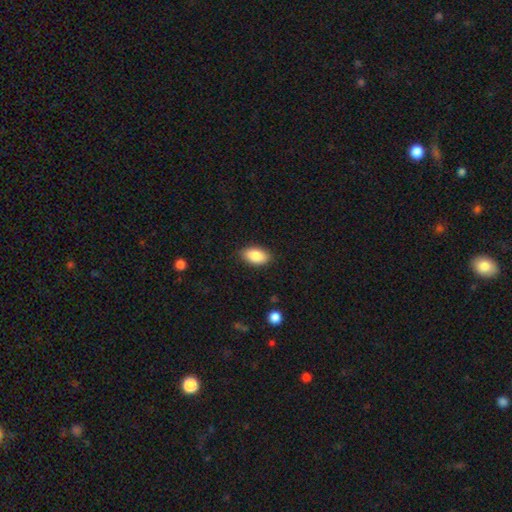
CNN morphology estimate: The model was most divided on "merging": none: 87%, minor disturbance: 10%, major disturbance: 2%, merger: 1%. More confident: how rounded — in between (93%); smooth or featured — smooth (88%).